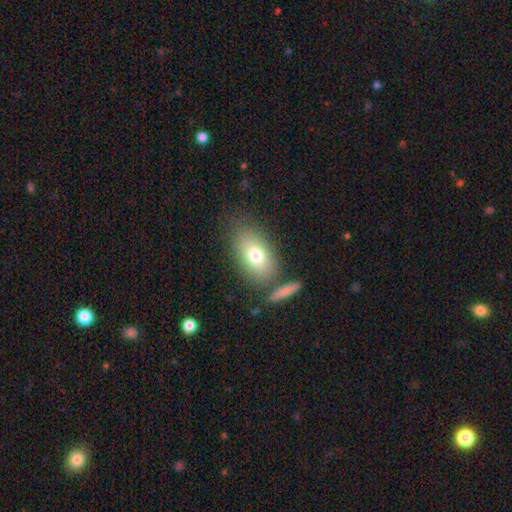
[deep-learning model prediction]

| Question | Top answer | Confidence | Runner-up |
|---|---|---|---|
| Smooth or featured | smooth | 75% | featured or disk (17%) |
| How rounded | in between | 86% | round (11%) |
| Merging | none | 74% | minor disturbance (12%) |